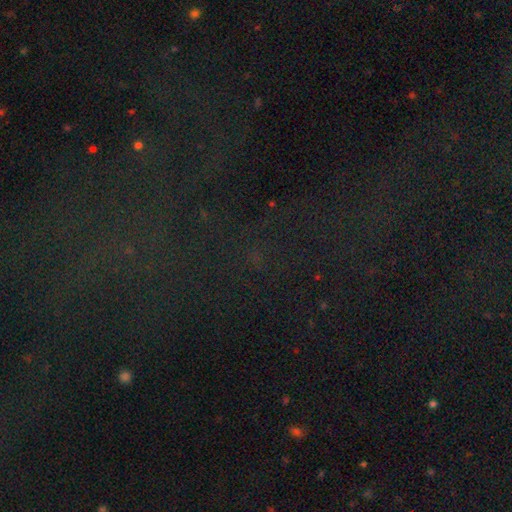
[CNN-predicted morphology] Smooth or featured? star or artifact (79%)